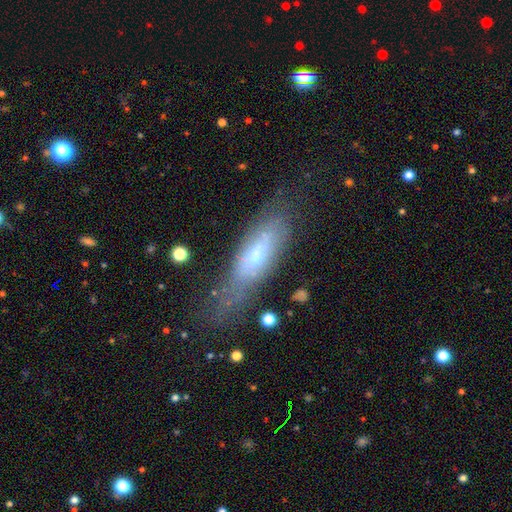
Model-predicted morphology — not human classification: Overall: featured or disk (49%; smooth 42%). Merging: none (49%; minor disturbance 29%).